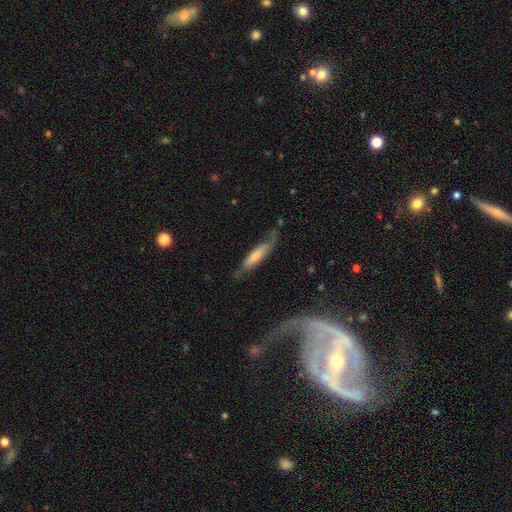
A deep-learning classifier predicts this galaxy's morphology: Smooth or featured?
  - smooth: 54% *
  - featured or disk: 40%
  - star or artifact: 6%
How rounded?
  - cigar-shaped: 72% *
  - in between: 26%
  - round: 2%
Merging?
  - none: 60% *
  - minor disturbance: 26%
  - major disturbance: 11%
  - merger: 3%